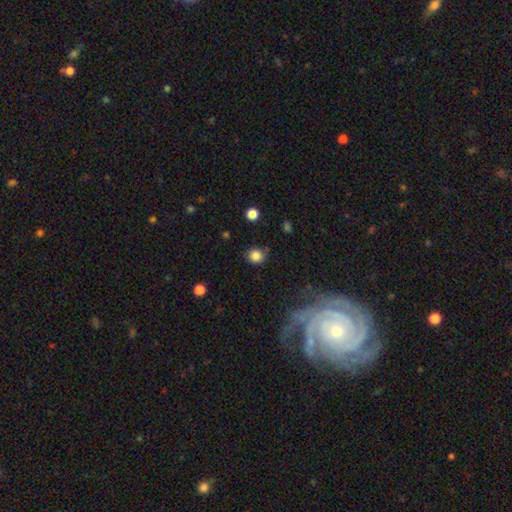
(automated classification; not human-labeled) Overall: smooth (84%). How rounded: round (87%). Merging: none (80%).